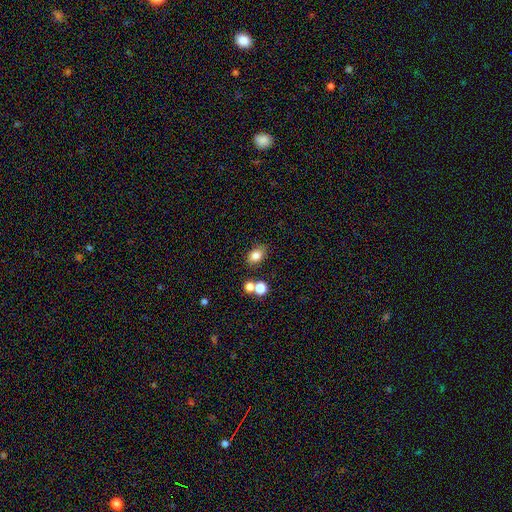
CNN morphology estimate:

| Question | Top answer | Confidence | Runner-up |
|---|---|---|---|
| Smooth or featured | smooth | 81% | star or artifact (11%) |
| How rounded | in between | 76% | round (23%) |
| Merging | none | 73% | minor disturbance (13%) |